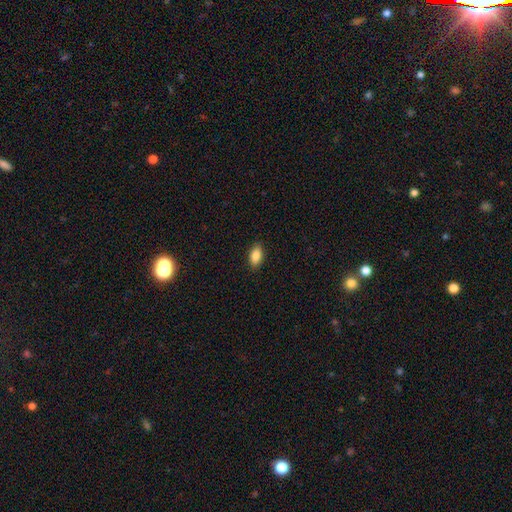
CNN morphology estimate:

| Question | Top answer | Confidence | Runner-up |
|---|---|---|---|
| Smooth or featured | smooth | 86% | star or artifact (8%) |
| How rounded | in between | 90% | cigar-shaped (6%) |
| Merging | none | 88% | minor disturbance (9%) |